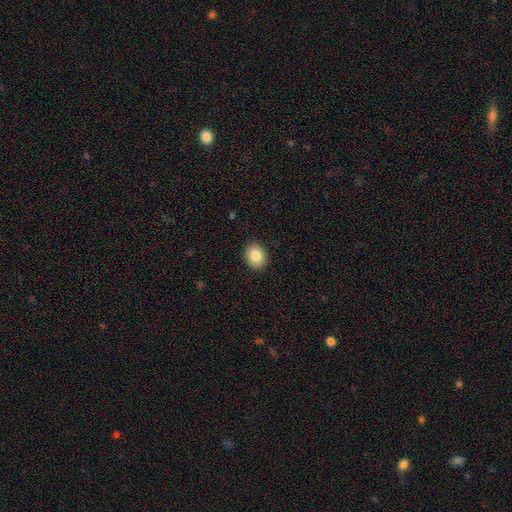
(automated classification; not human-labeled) Q: Smooth or featured?
A: smooth (84%); runner-up: star or artifact (8%)
Q: How rounded?
A: round (56%); runner-up: in between (43%)
Q: Merging?
A: none (91%); runner-up: minor disturbance (6%)